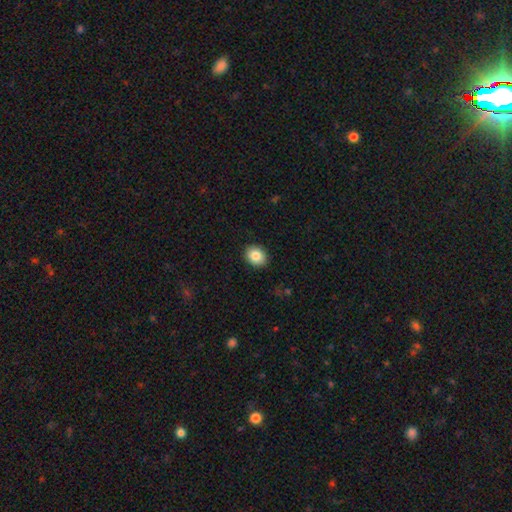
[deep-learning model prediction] smooth-or-featured: smooth: 85% | star or artifact: 8% | featured or disk: 7%
  how-rounded: round: 55% | in between: 44% | cigar-shaped: 1%
  merging: none: 91% | minor disturbance: 6% | major disturbance: 2% | merger: 1%